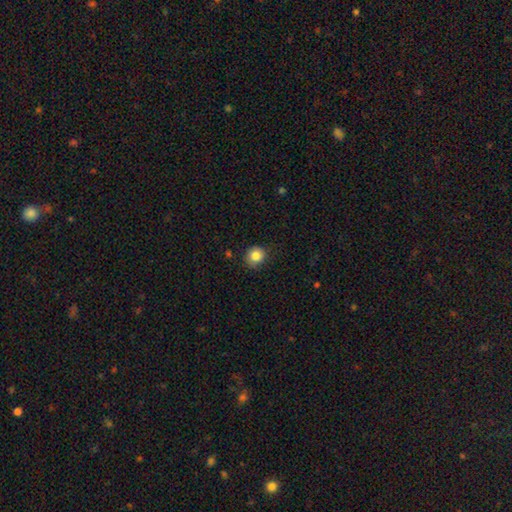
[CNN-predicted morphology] Smooth or featured? Predicted: smooth (p=0.84). How rounded? Predicted: round (p=0.84). Merging? Predicted: none (p=0.79).